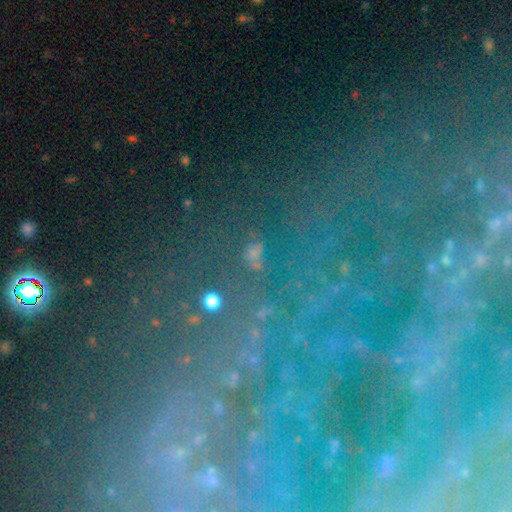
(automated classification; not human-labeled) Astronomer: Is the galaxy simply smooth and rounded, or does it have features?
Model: star or artifact — 47% (runner-up: smooth, 34%).